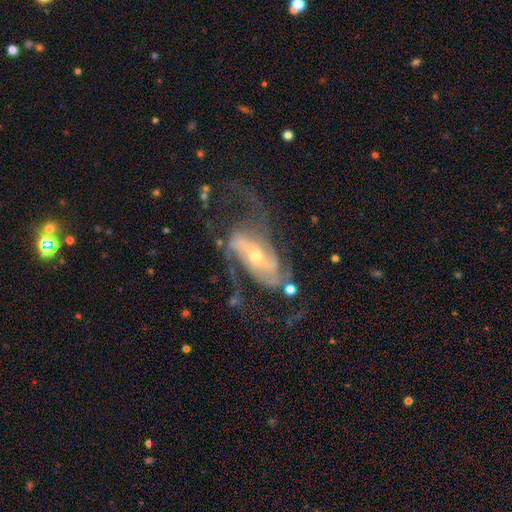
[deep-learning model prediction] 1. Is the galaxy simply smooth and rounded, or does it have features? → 86% featured or disk, 8% smooth, 6% star or artifact.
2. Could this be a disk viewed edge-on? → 93% no, 7% yes.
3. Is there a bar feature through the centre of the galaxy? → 36% strong, 34% weak, 30% no.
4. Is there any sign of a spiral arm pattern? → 93% yes, 7% no.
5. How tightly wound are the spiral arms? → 44% medium, 32% loose, 24% tight.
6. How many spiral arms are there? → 58% 2, 15% can't tell, 15% 3, 5% 1, 4% 4, 3% more than 4.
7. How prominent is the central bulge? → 54% small, 42% moderate, 3% large, 1% none, 1% dominant.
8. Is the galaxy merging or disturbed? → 48% none, 30% major disturbance, 18% minor disturbance, 5% merger.